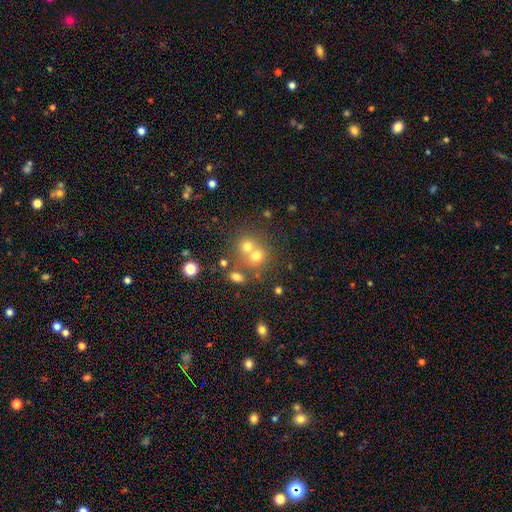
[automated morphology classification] This is likely a smooth galaxy (63%). How rounded: clearly round (82%). Merging: possibly none (45%).